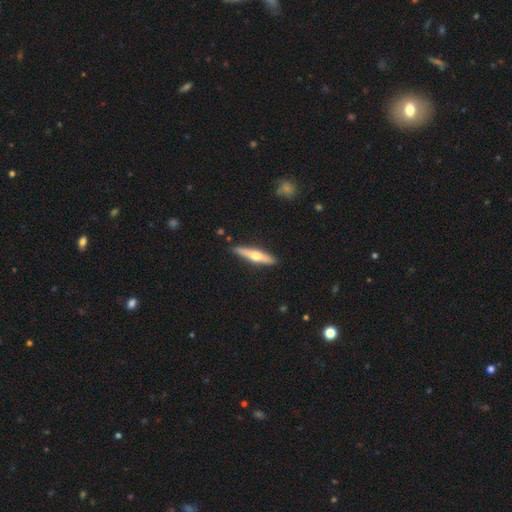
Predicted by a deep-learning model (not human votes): This appears to be a featured or disk galaxy (57%) viewed edge-on (95%) with a rounded central bulge (93%). Merging: none (89%).